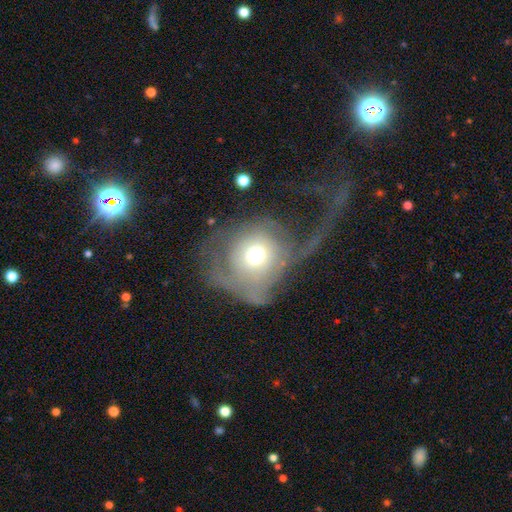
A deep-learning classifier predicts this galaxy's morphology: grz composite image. It shows a featured or disk galaxy (49%). Merging: major disturbance (59%).